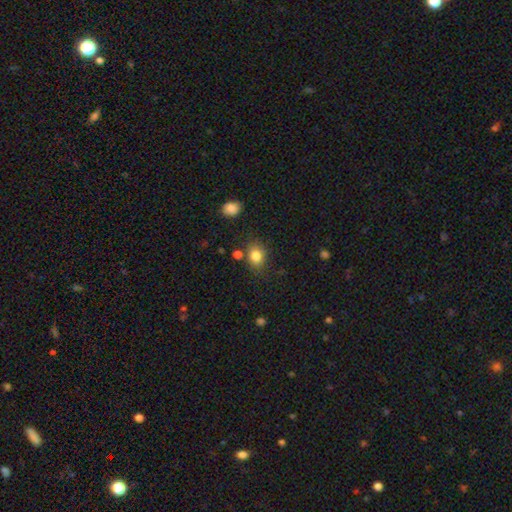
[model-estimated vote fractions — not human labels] Smooth or featured? smooth (82%)
How rounded? in between (52%)
Merging? none (76%)